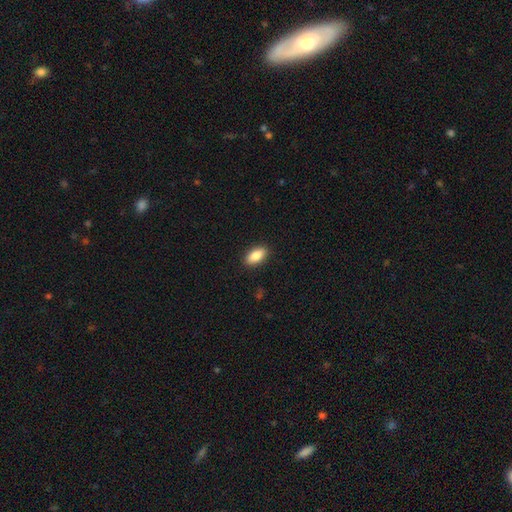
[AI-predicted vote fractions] A smooth galaxy with no disk features (85%) that is in between round and cigar-shaped (88%).

Vote fractions:
- Smooth or featured? smooth: 85% / featured or disk: 8% / star or artifact: 7%
- How rounded? in between: 88% / cigar-shaped: 9% / round: 3%
- Merging? none: 89% / minor disturbance: 8% / major disturbance: 2% / merger: 1%